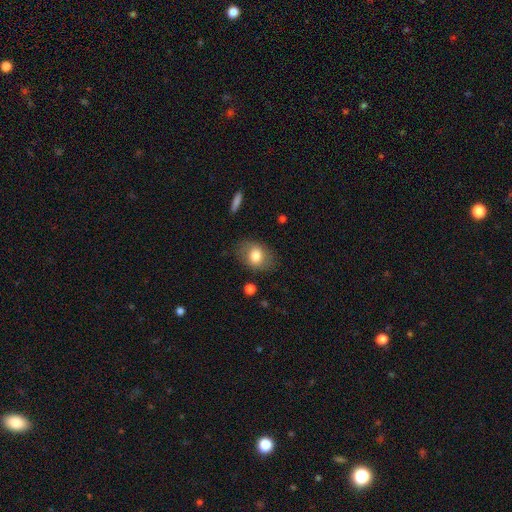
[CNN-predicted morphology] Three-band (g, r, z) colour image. It shows a smooth galaxy with no disk features (77%) that is in between round and cigar-shaped (66%). Merging: none (78%).